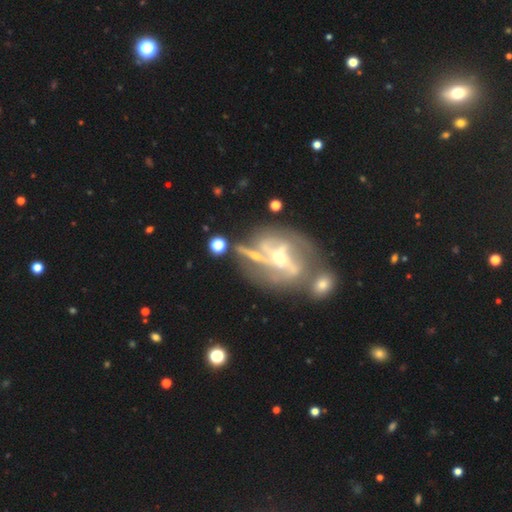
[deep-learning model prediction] Smooth or featured? Predicted: featured or disk (p=0.75). Edge-on disk? Predicted: no (p=0.82). Bar? Predicted: no (p=0.43). Spiral arms? Predicted: yes (p=0.68). Bulge size? Predicted: small (p=0.54). Merging? Predicted: none (p=0.43).